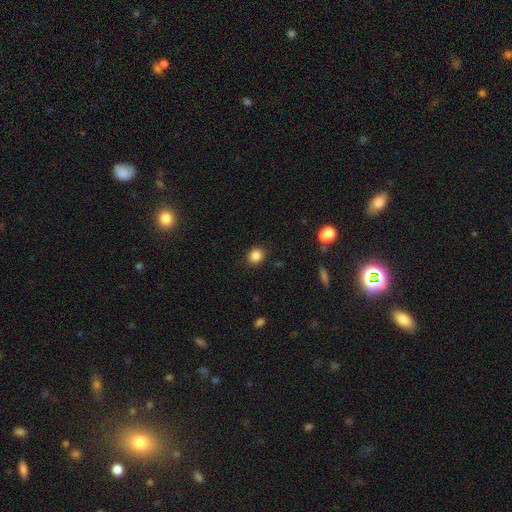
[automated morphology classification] This is clearly a smooth galaxy (85%). How rounded: likely round (80%). Merging: clearly none (89%).